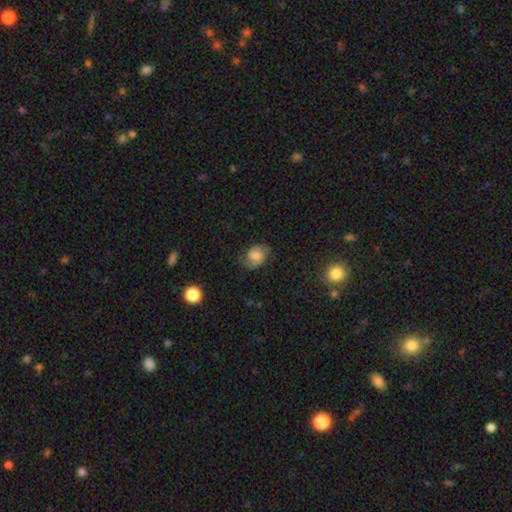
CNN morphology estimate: smooth_or_featured: featured or disk (p=0.51) [alt: smooth p=0.39]
disk_edge_on: no (p=0.97) [alt: yes p=0.03]
merging: none (p=0.69) [alt: minor disturbance p=0.21]